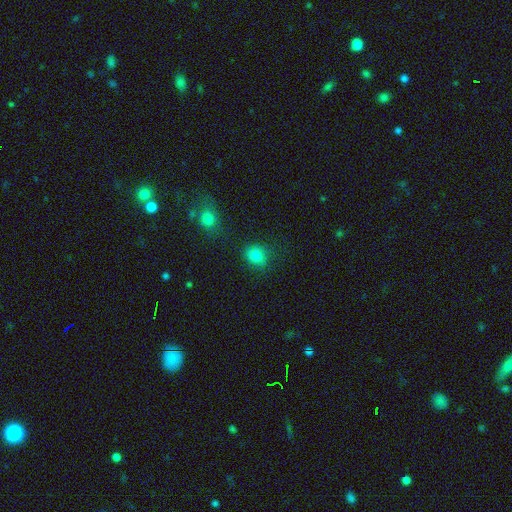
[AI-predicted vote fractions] A smooth galaxy with no disk features (82%) that is round (72%).

Vote fractions:
- Smooth or featured? smooth: 82% / star or artifact: 12% / featured or disk: 6%
- How rounded? round: 72% / in between: 27% / cigar-shaped: 1%
- Merging? none: 81% / minor disturbance: 12% / major disturbance: 4% / merger: 4%